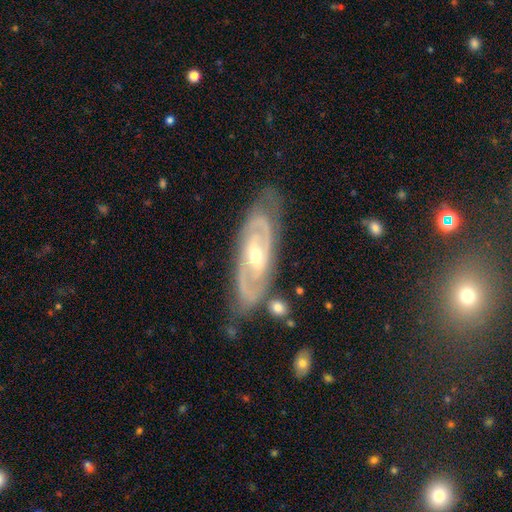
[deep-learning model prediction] This is clearly a featured or disk galaxy (86%). It is clearly not viewed edge-on (89%). Bar: marginally no (44%). Spiral arm pattern: clearly yes (93%). Spiral arm count: likely 2 (71%). Spiral winding: likely tight (61%). Central bulge: possibly small (50%). Merging: likely none (78%).